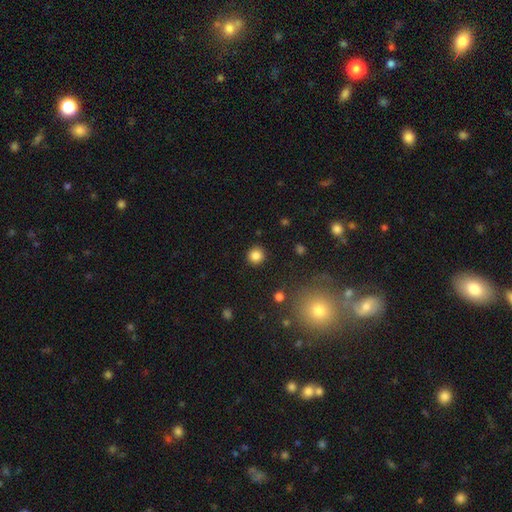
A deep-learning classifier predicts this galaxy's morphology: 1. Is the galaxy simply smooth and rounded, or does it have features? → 84% smooth, 12% star or artifact, 4% featured or disk.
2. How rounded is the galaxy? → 93% round, 6% in between, 1% cigar-shaped.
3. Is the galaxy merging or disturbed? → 91% none, 6% minor disturbance, 2% major disturbance, 1% merger.